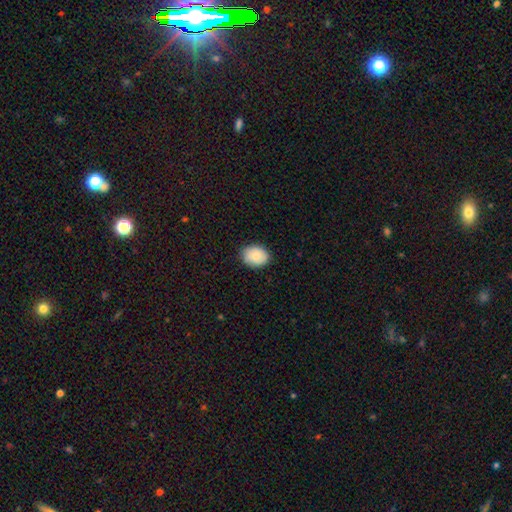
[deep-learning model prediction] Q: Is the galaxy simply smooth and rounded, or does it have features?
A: smooth — 84%.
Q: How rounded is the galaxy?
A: in between — 59%.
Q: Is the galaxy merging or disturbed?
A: none — 85%.